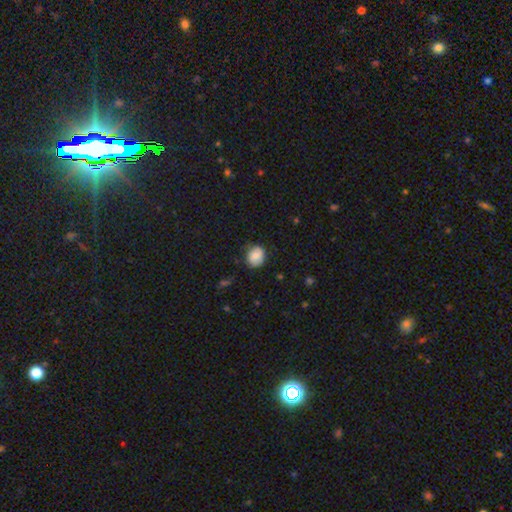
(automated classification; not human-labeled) The model was most divided on "how rounded": round: 68%, in between: 31%, cigar-shaped: 1%. More confident: smooth or featured — smooth (78%); merging — none (75%).